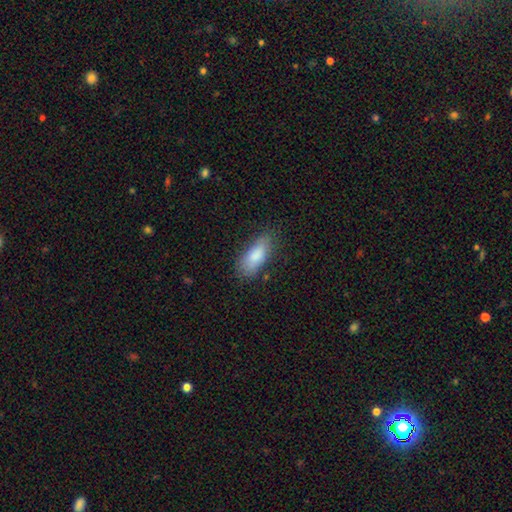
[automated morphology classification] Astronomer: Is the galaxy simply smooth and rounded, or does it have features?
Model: smooth — 83%.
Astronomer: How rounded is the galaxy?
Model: in between — 79%.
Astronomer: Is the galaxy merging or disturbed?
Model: none — 71%.